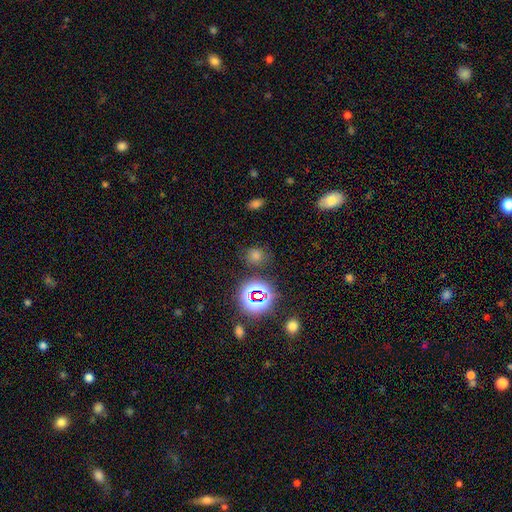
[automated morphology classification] A smooth galaxy with no disk features (49%).

Vote fractions:
- Smooth or featured? smooth: 49% / star or artifact: 43% / featured or disk: 8%
- Merging? none: 80% / minor disturbance: 11% / major disturbance: 5% / merger: 4%